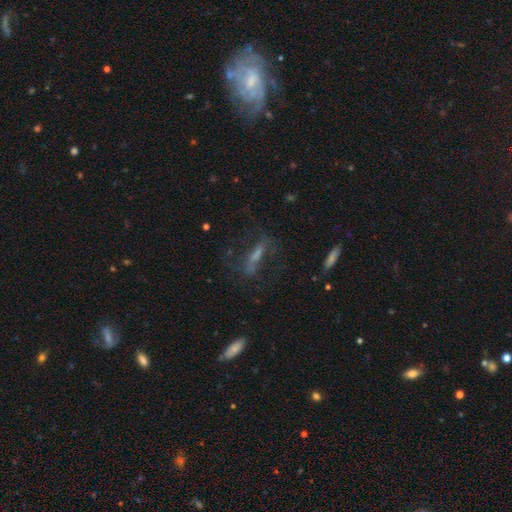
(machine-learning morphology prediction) A featured or disk galaxy (51%).

Vote fractions:
- Smooth or featured? featured or disk: 51% / smooth: 30% / star or artifact: 19%
- Edge-on disk? no: 68% / yes: 32%
- Merging? none: 56% / major disturbance: 23% / minor disturbance: 17% / merger: 4%